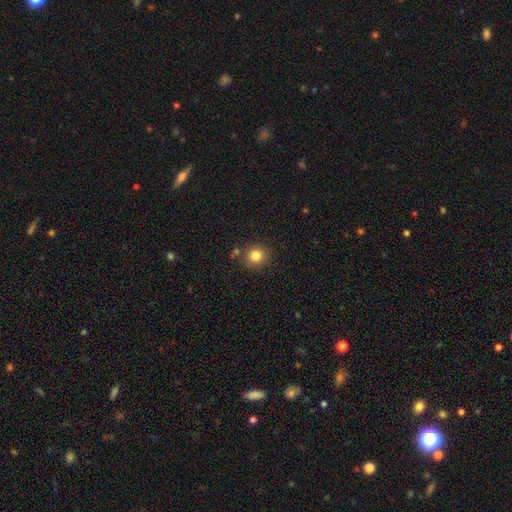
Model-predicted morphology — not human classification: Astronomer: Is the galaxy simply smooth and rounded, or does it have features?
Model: smooth — 82%.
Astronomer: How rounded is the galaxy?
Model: round — 92%.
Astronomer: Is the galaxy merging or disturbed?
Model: none — 83%.